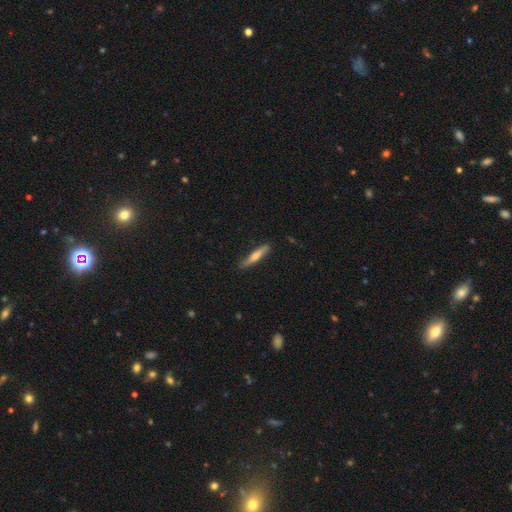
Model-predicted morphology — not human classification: Smooth or featured? smooth (61%)
How rounded? cigar-shaped (91%)
Merging? none (85%)